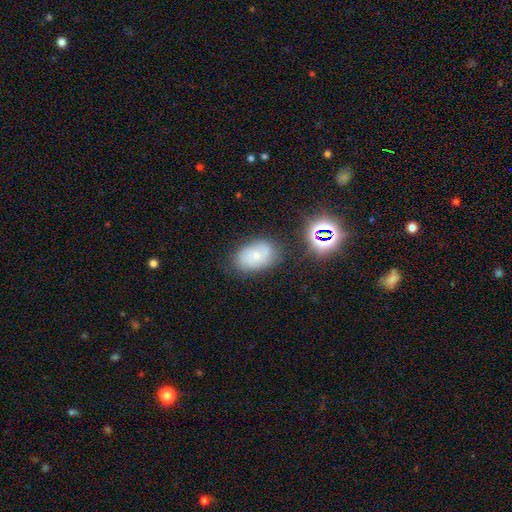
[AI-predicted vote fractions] Smooth or featured? Predicted: smooth (p=0.50). How rounded? Predicted: in between (p=0.84). Merging? Predicted: none (p=0.64).